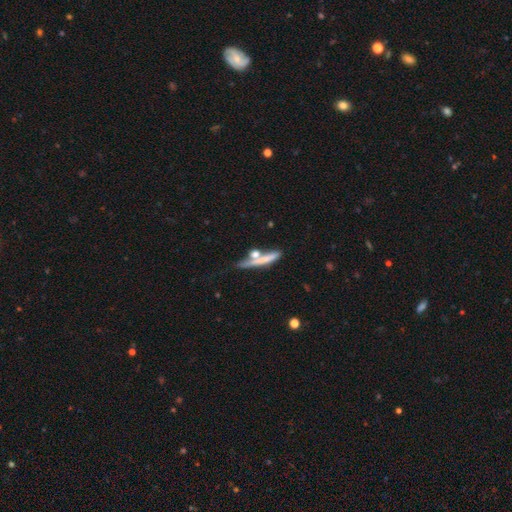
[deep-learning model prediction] Q: Smooth or featured?
A: featured or disk (41%); runner-up: smooth (37%)
Q: Merging?
A: none (49%); runner-up: merger (25%)